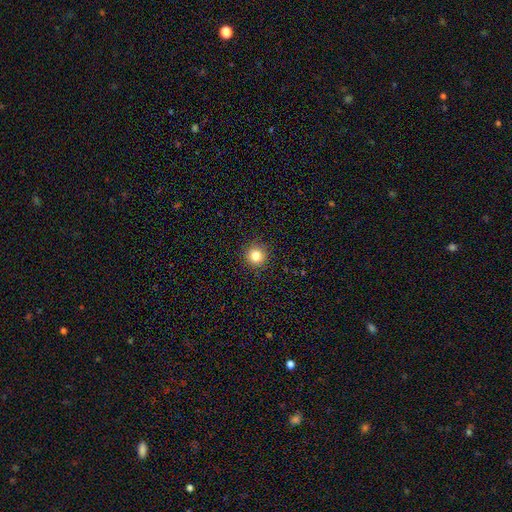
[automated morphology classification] Smooth or featured?
  - smooth: 82% *
  - star or artifact: 13%
  - featured or disk: 6%
How rounded?
  - round: 95% *
  - in between: 4%
  - cigar-shaped: 1%
Merging?
  - none: 92% *
  - minor disturbance: 5%
  - major disturbance: 2%
  - merger: 1%